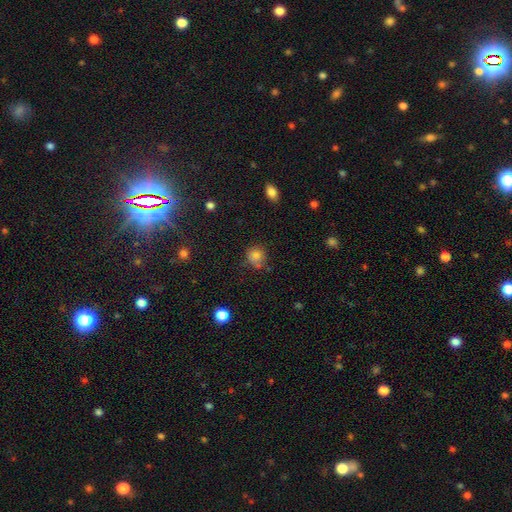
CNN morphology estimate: Q: Smooth or featured?
A: smooth (80%); runner-up: star or artifact (12%)
Q: How rounded?
A: round (83%); runner-up: in between (17%)
Q: Merging?
A: none (66%); runner-up: minor disturbance (20%)